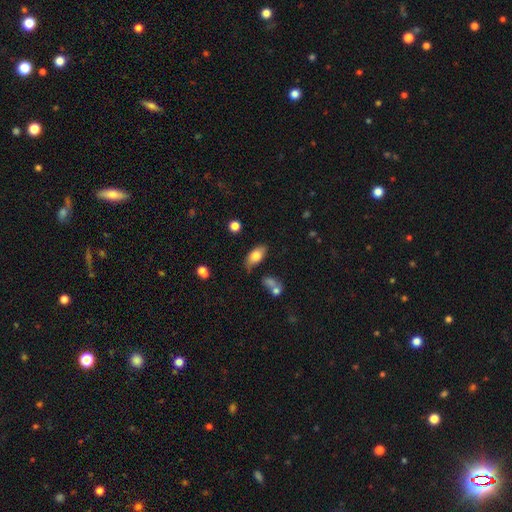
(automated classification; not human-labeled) A smooth galaxy with no disk features (76%) that is in between round and cigar-shaped (89%). Merging: none (75%).